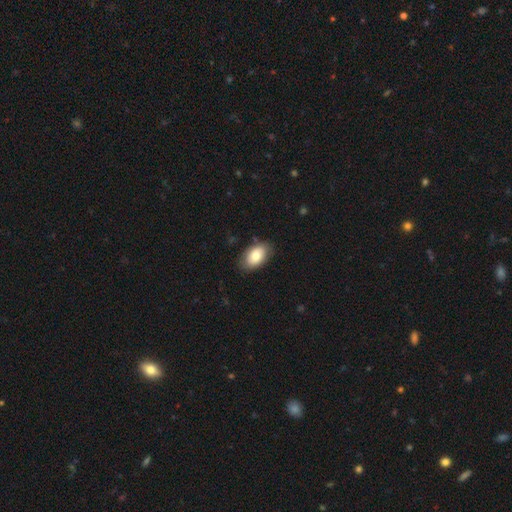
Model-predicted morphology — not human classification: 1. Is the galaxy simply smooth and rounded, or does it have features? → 80% smooth, 14% featured or disk, 6% star or artifact.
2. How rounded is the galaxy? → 92% in between, 6% round, 1% cigar-shaped.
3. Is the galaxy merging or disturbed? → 81% none, 15% minor disturbance, 3% major disturbance, 1% merger.